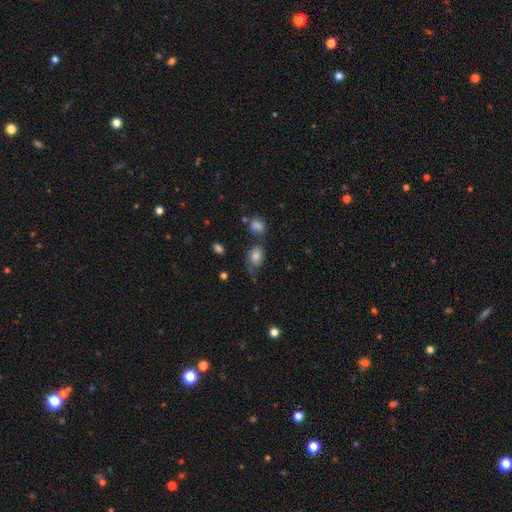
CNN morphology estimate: type=smooth (81%); roundness=in between (76%); merging=none (56%).